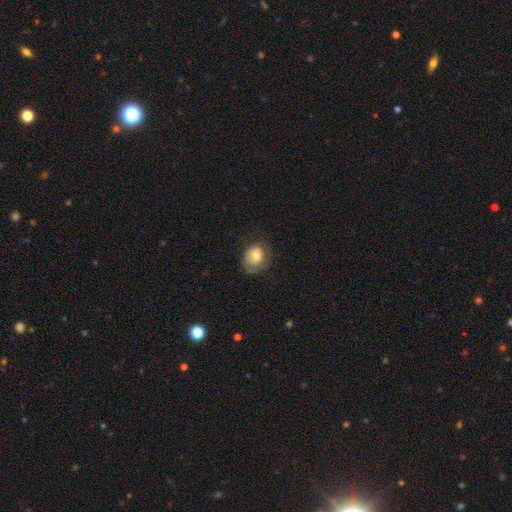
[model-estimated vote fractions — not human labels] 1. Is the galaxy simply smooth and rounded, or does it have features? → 63% smooth, 29% featured or disk, 8% star or artifact.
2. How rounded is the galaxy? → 50% round, 49% in between, 1% cigar-shaped.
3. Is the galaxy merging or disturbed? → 52% none, 29% minor disturbance, 18% major disturbance, 1% merger.